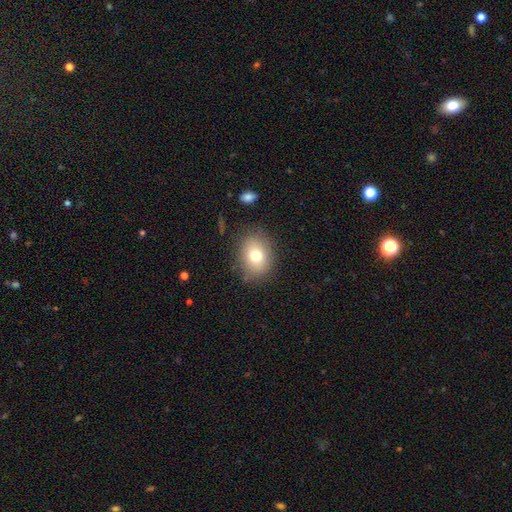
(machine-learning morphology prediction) Smooth or featured? smooth (75%)
How rounded? in between (57%)
Merging? none (82%)